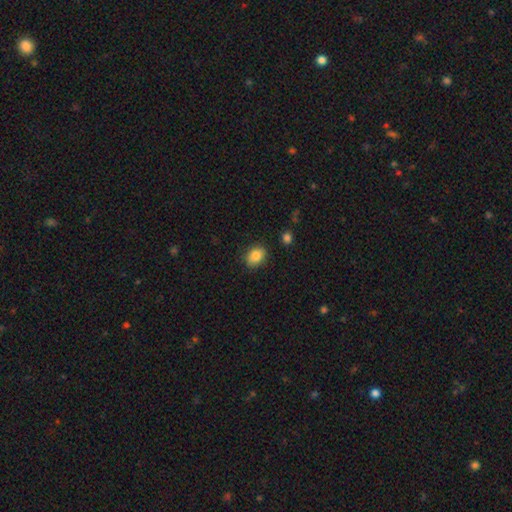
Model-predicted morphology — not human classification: A smooth galaxy with no disk features (86%) that is in between round and cigar-shaped (64%).

Vote fractions:
- Smooth or featured? smooth: 86% / star or artifact: 9% / featured or disk: 5%
- How rounded? in between: 64% / round: 35% / cigar-shaped: 1%
- Merging? none: 86% / minor disturbance: 10% / major disturbance: 2% / merger: 2%